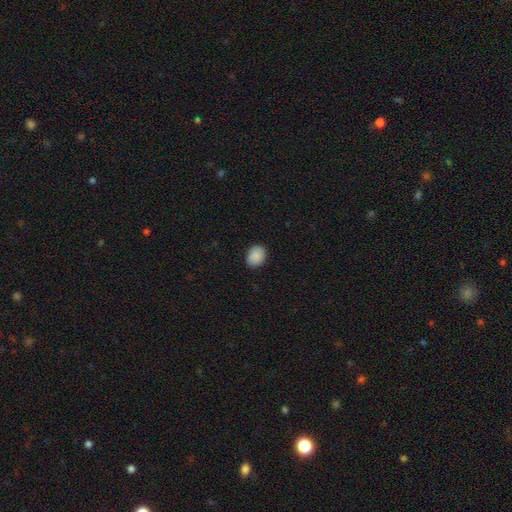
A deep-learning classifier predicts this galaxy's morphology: Overall: smooth (89%). How rounded: in between (58%; round 41%). Merging: none (87%).